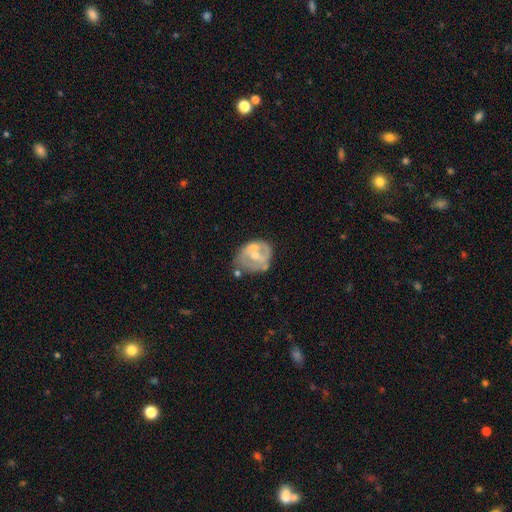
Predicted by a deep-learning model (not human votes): Smooth or featured?
  - featured or disk: 63% *
  - smooth: 31%
  - star or artifact: 7%
Edge-on disk?
  - no: 97% *
  - yes: 3%
Bar?
  - no: 51% *
  - weak: 35%
  - strong: 14%
Spiral arms?
  - no: 64% *
  - yes: 36%
Bulge size?
  - moderate: 51% *
  - small: 39%
  - none: 6%
  - large: 3%
  - dominant: 1%
Merging?
  - none: 42% *
  - minor disturbance: 27%
  - major disturbance: 17%
  - merger: 15%